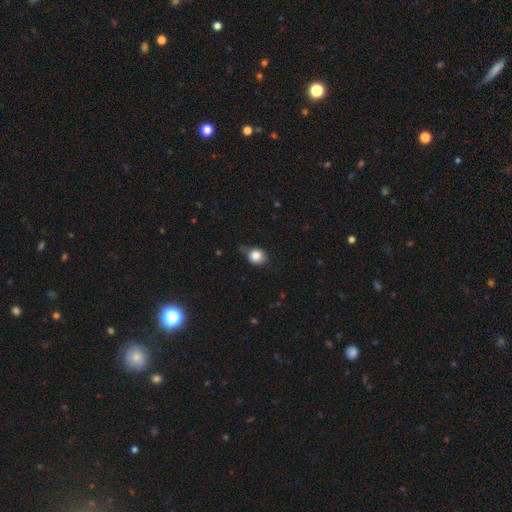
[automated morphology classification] Smooth or featured? smooth (82%)
How rounded? round (64%)
Merging? none (57%)